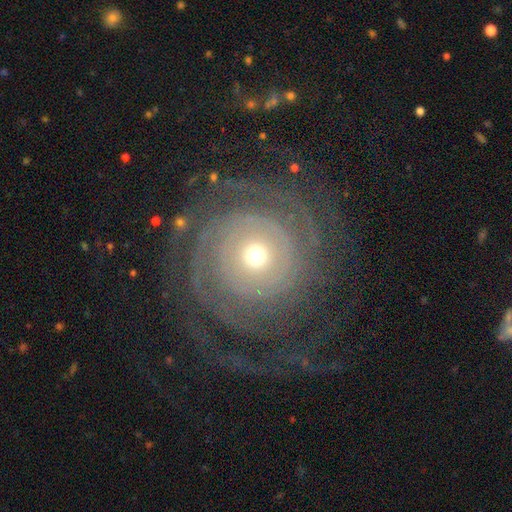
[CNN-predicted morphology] Smooth or featured: featured or disk — 83% (smooth — 10%)
Edge-on disk: no — 97% (yes — 3%)
Bar: no — 83% (weak — 12%)
Spiral arms: yes — 92% (no — 8%)
Spiral winding: tight — 78% (medium — 16%)
Spiral arm count: can't tell — 30% (2 — 28%)
Bulge size: small — 52% (moderate — 42%)
Merging: none — 75% (minor disturbance — 12%)